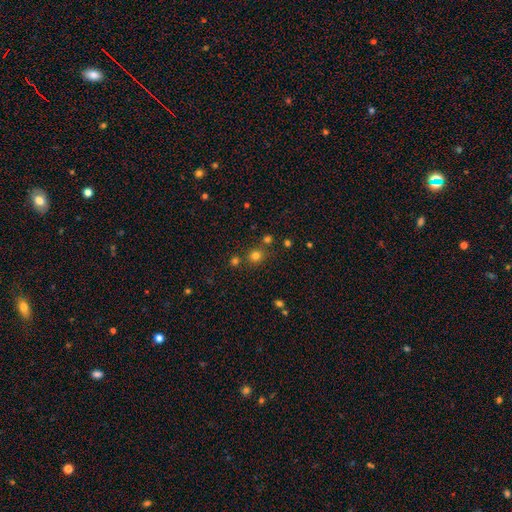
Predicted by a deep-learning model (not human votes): Smooth or featured: smooth — 74% (star or artifact — 20%)
How rounded: round — 89% (in between — 10%)
Merging: none — 77% (merger — 13%)